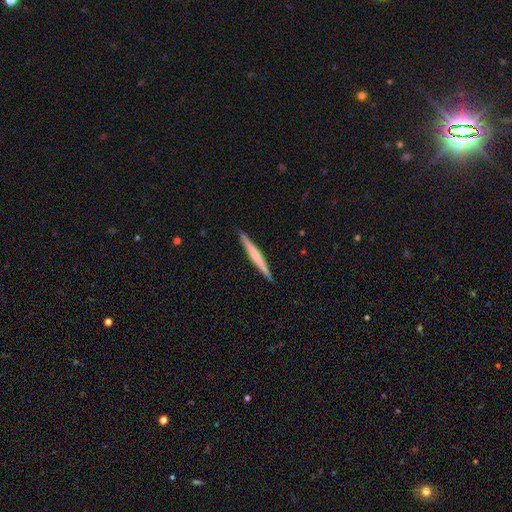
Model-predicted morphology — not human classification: Smooth or featured?
  - featured or disk: 49% *
  - smooth: 46%
  - star or artifact: 5%
Merging?
  - none: 92% *
  - minor disturbance: 6%
  - major disturbance: 1%
  - merger: 1%